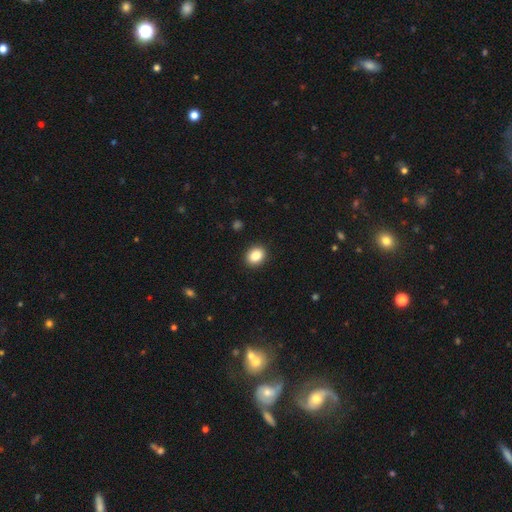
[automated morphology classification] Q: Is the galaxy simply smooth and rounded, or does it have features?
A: smooth — 88%.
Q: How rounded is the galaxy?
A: in between — 53%.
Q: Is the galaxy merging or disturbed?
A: none — 91%.